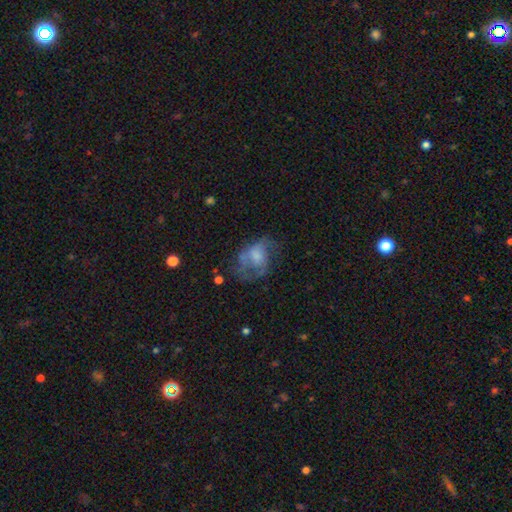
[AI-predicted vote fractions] Overall: featured or disk (51%; smooth 38%). Edge-on disk: no (97%). Merging: major disturbance (39%; none 36%).